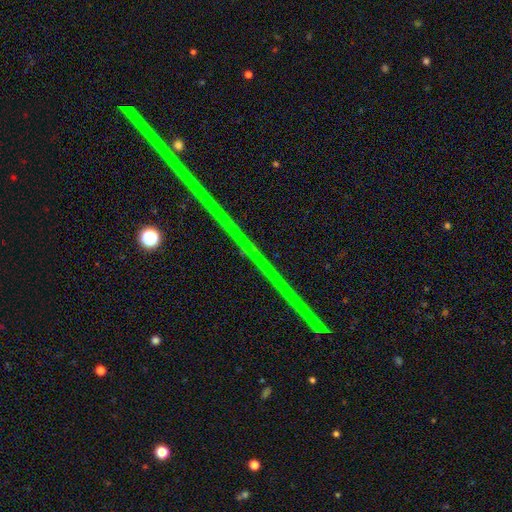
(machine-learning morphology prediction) A star or artifact, not a galaxy (80%).

Vote fractions:
- Smooth or featured? star or artifact: 80% / featured or disk: 14% / smooth: 6%